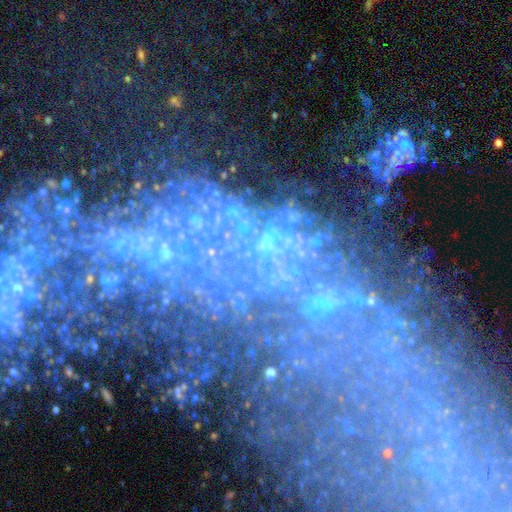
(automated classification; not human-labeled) Overall: star or artifact (54%; featured or disk 31%).